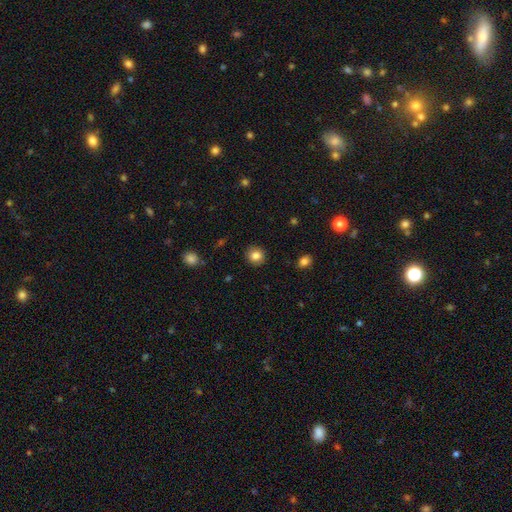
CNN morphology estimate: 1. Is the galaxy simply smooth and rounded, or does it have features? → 83% smooth, 10% star or artifact, 7% featured or disk.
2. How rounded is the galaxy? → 85% round, 14% in between, 1% cigar-shaped.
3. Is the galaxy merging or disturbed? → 90% none, 7% minor disturbance, 2% major disturbance, 1% merger.